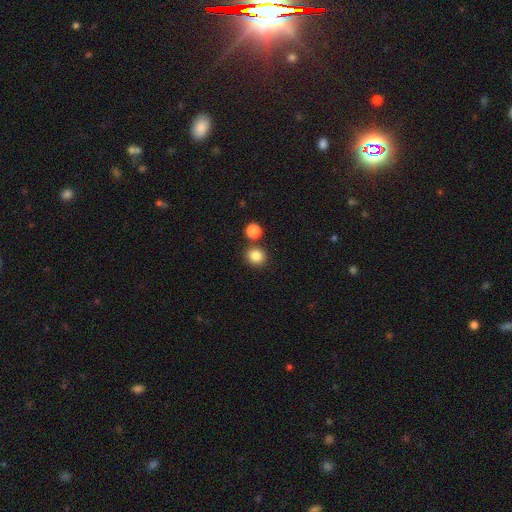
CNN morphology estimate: A smooth galaxy with no disk features (84%) that is round (88%). Merging: none (79%).